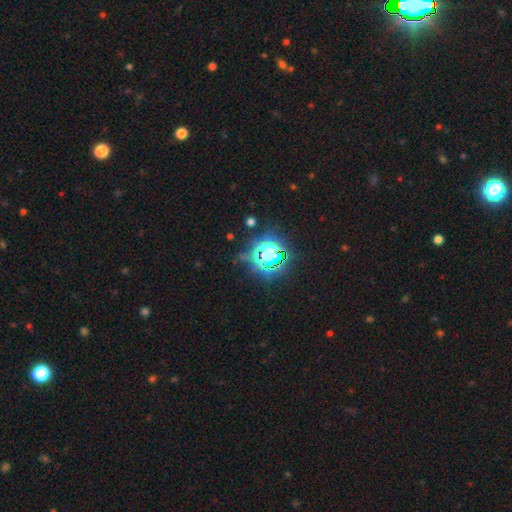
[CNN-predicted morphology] Overall: star or artifact (78%).